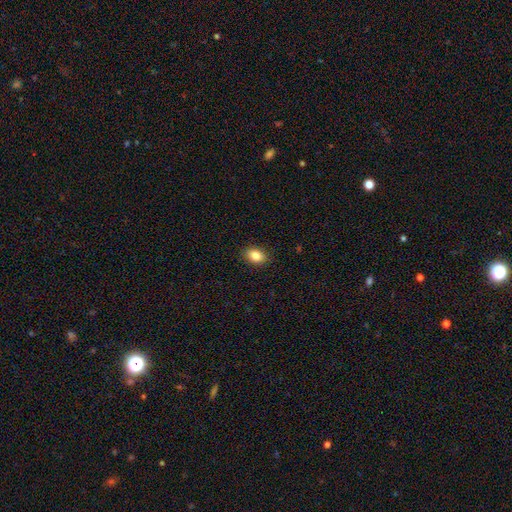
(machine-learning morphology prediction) type=smooth (85%); roundness=in between (75%); merging=none (89%).